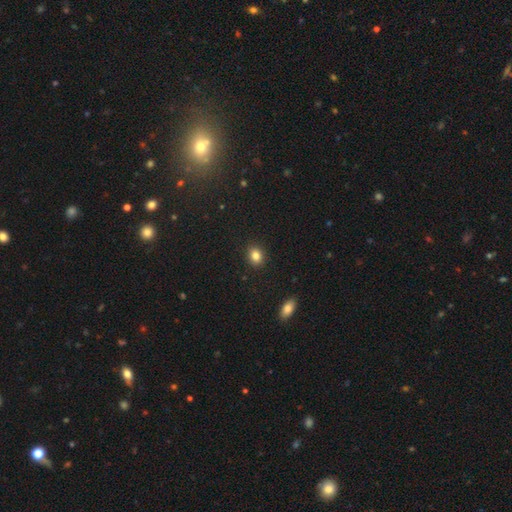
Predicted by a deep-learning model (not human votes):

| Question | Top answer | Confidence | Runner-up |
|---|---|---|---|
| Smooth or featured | smooth | 84% | star or artifact (10%) |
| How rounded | round | 51% | in between (48%) |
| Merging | none | 89% | minor disturbance (7%) |